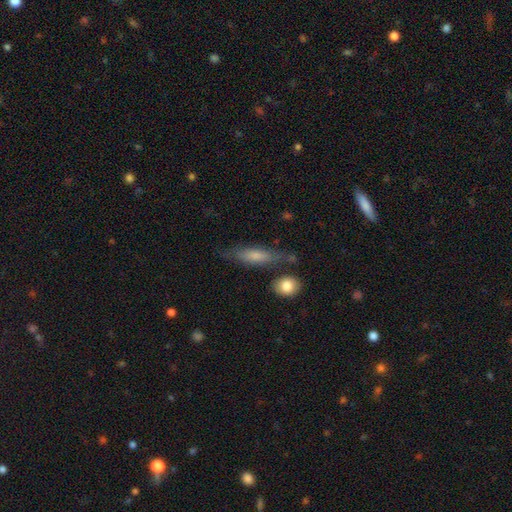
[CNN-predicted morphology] Q: Smooth or featured?
A: smooth (65%); runner-up: featured or disk (28%)
Q: How rounded?
A: cigar-shaped (60%); runner-up: in between (37%)
Q: Merging?
A: none (62%); runner-up: minor disturbance (21%)